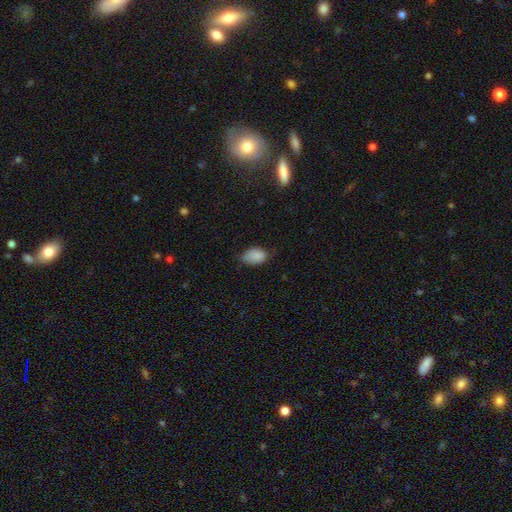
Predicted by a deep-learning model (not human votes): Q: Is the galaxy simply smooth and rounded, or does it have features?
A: smooth — 87%.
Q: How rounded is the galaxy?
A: in between — 89%.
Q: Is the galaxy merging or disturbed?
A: none — 57%.